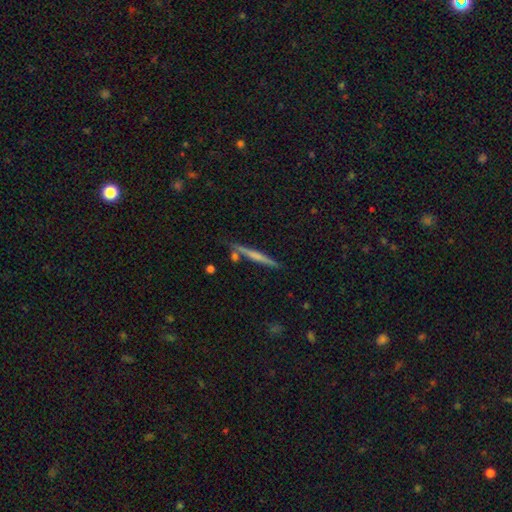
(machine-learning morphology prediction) Smooth or featured? Predicted: featured or disk (p=0.51). Edge-on disk? Predicted: yes (p=0.97). Merging? Predicted: none (p=0.83).